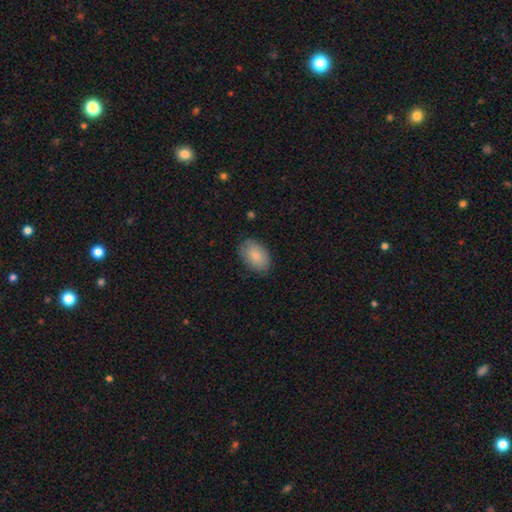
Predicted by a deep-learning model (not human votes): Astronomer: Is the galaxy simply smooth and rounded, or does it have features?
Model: smooth — 83%.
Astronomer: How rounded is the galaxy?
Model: in between — 87%.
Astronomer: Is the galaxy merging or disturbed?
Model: none — 81%.